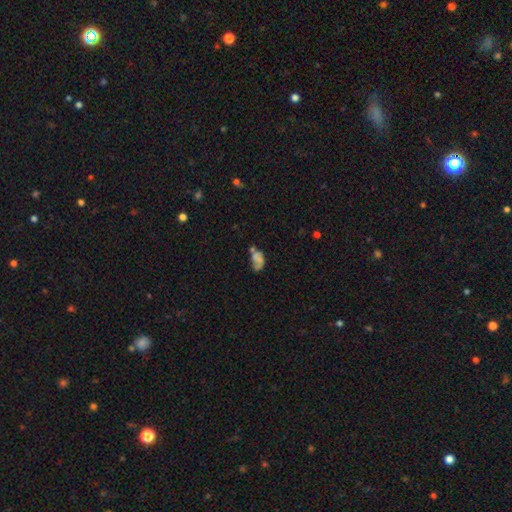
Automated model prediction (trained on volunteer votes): A smooth galaxy with no disk features (42%). Merging: none (34%).